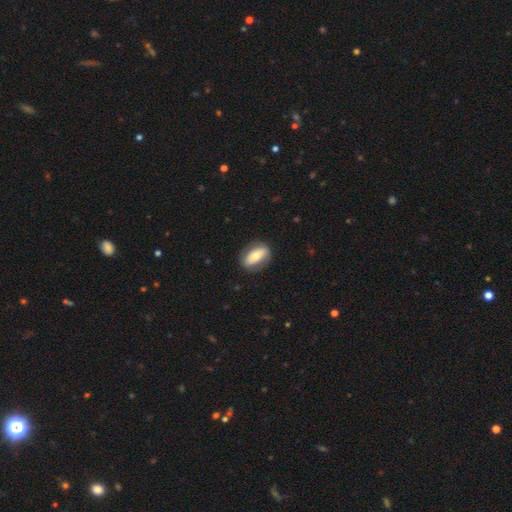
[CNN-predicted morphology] type=smooth (61%); roundness=in between (86%); merging=none (79%).